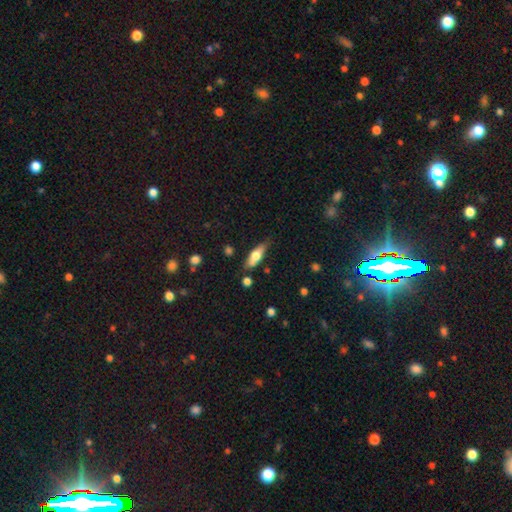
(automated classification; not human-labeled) smooth_or_featured: smooth (p=0.56) [alt: featured or disk p=0.37]
how_rounded: in between (p=0.54) [alt: cigar-shaped p=0.43]
merging: none (p=0.72) [alt: minor disturbance p=0.19]